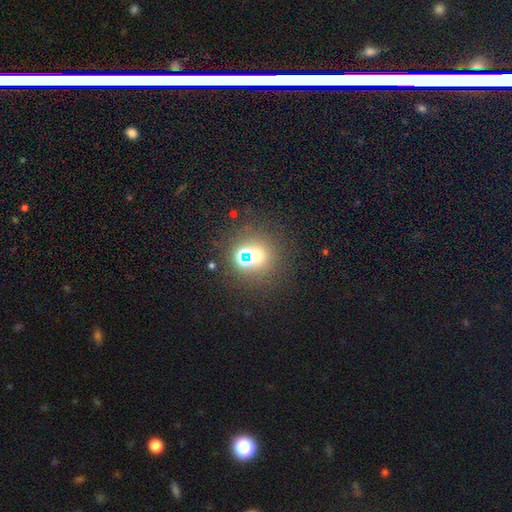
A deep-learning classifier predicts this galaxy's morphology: smooth_or_featured: smooth (p=0.46) [alt: star or artifact p=0.42]
merging: none (p=0.70) [alt: merger p=0.16]